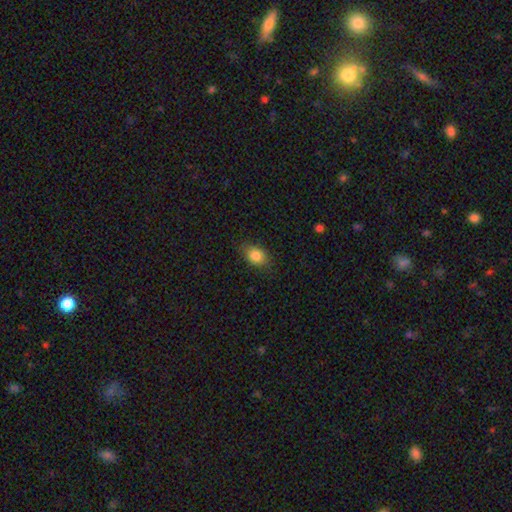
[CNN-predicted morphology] Q: Smooth or featured?
A: smooth (83%); runner-up: star or artifact (9%)
Q: How rounded?
A: in between (69%); runner-up: round (29%)
Q: Merging?
A: none (82%); runner-up: minor disturbance (14%)